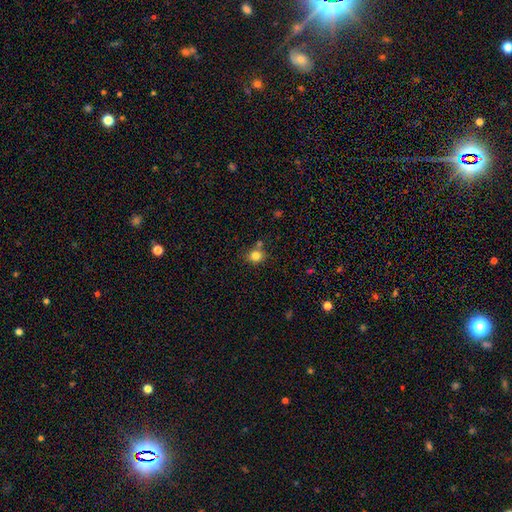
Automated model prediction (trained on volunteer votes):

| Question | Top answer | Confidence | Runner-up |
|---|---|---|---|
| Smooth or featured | smooth | 81% | star or artifact (12%) |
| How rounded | round | 79% | in between (20%) |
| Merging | none | 69% | merger (15%) |